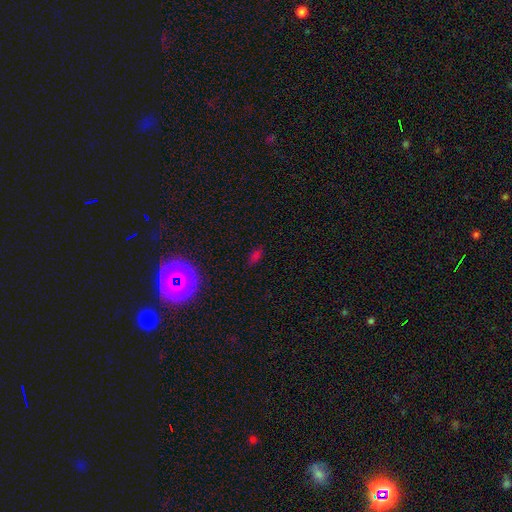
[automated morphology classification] Overall: smooth (62%; star or artifact 30%). How rounded: in between (83%). Merging: none (81%).